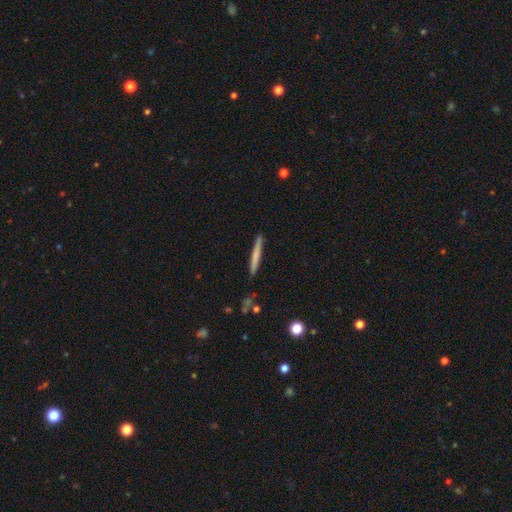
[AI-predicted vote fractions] Overall: smooth (64%; featured or disk 30%). How rounded: cigar-shaped (96%). Merging: none (90%).